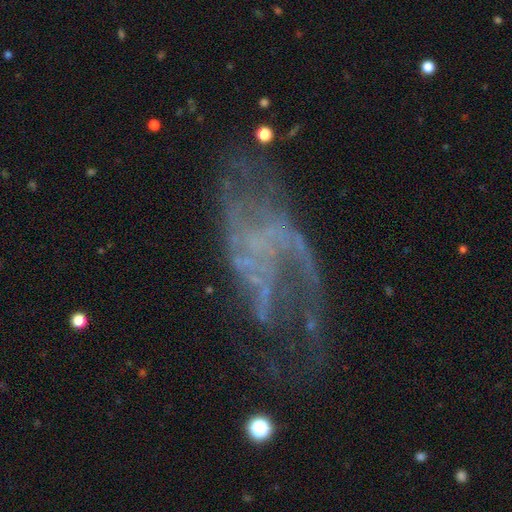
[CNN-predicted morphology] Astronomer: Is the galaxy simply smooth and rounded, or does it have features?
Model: featured or disk — 76%.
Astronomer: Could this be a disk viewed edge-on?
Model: no — 95%.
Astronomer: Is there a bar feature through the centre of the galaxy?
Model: no — 69%.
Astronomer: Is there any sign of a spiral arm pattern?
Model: yes — 68%.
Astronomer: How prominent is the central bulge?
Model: none — 77%.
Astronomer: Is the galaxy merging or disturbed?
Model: major disturbance — 40% (runner-up: none, 37%).